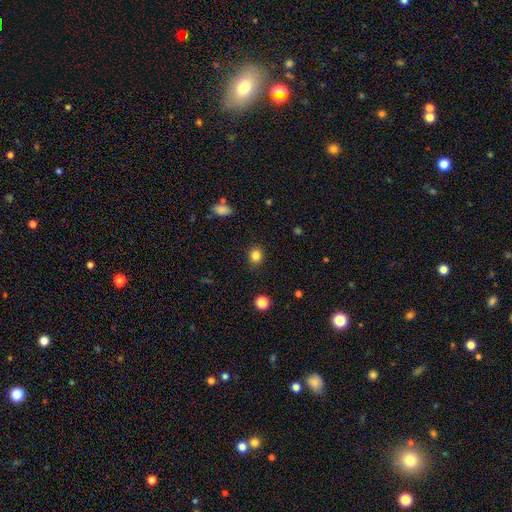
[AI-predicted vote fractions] A smooth galaxy with no disk features (84%) that is round (74%).

Vote fractions:
- Smooth or featured? smooth: 84% / star or artifact: 11% / featured or disk: 5%
- How rounded? round: 74% / in between: 25% / cigar-shaped: 1%
- Merging? none: 89% / minor disturbance: 7% / major disturbance: 2% / merger: 1%